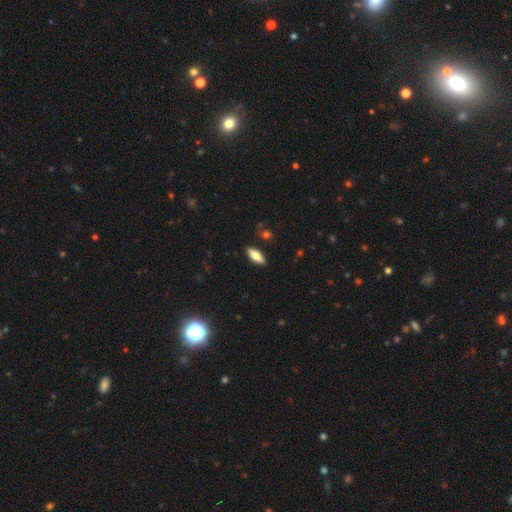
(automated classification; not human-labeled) smooth_or_featured: smooth (p=0.61) [alt: featured or disk p=0.32]
how_rounded: in between (p=0.69) [alt: cigar-shaped p=0.29]
merging: none (p=0.87) [alt: minor disturbance p=0.09]